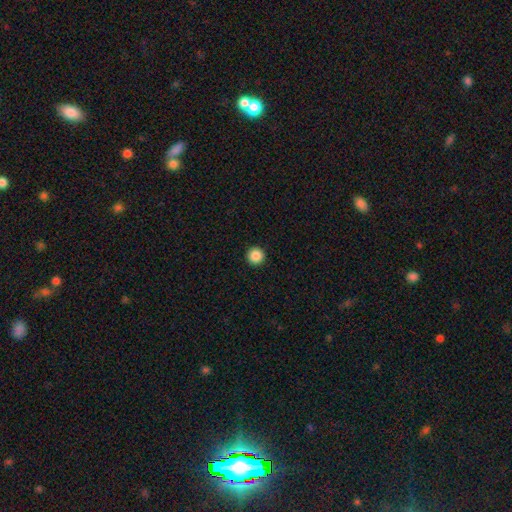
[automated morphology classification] Overall: smooth (88%). How rounded: round (97%). Merging: none (94%).